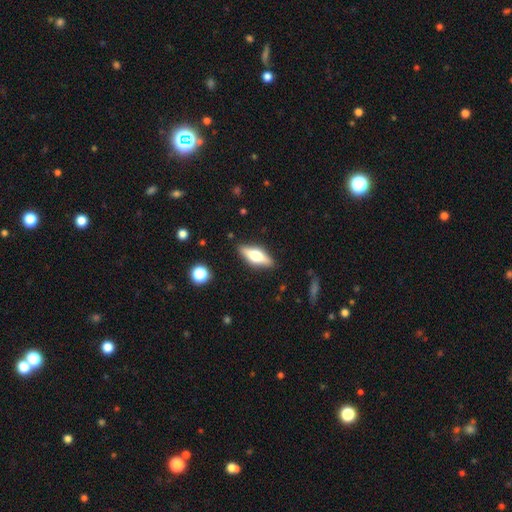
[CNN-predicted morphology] A featured or disk galaxy (48%).

Vote fractions:
- Smooth or featured? featured or disk: 48% / smooth: 45% / star or artifact: 7%
- Merging? none: 87% / minor disturbance: 9% / major disturbance: 2% / merger: 1%